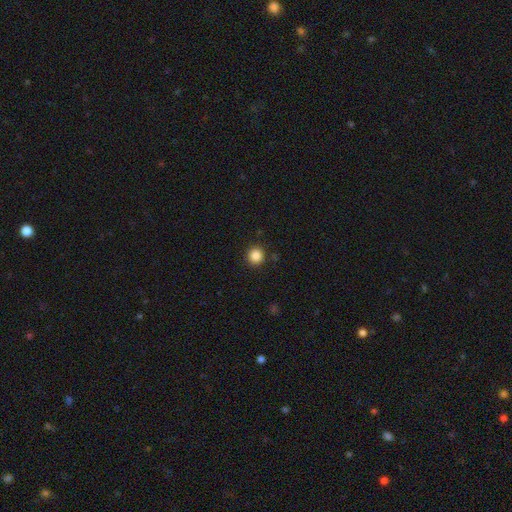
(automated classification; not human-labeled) This is clearly a smooth galaxy (86%). How rounded: clearly round (94%). Merging: clearly none (91%).